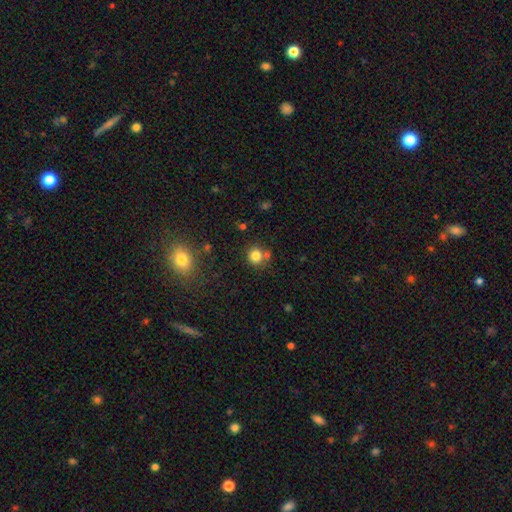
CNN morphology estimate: Smooth or featured? smooth (81%)
How rounded? round (89%)
Merging? none (69%)